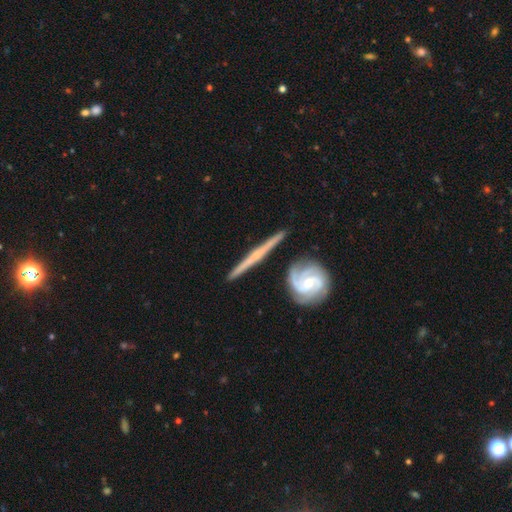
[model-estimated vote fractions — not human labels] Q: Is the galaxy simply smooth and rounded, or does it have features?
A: featured or disk — 74%.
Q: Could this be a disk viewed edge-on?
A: yes — 82%.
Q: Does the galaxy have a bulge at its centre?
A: none — 65%.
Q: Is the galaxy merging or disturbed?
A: none — 79%.